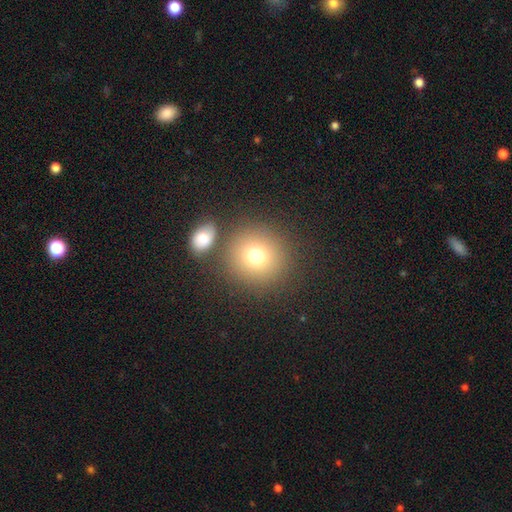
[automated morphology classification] Smooth or featured: smooth — 75% (star or artifact — 13%)
How rounded: round — 89% (in between — 10%)
Merging: none — 75% (merger — 12%)